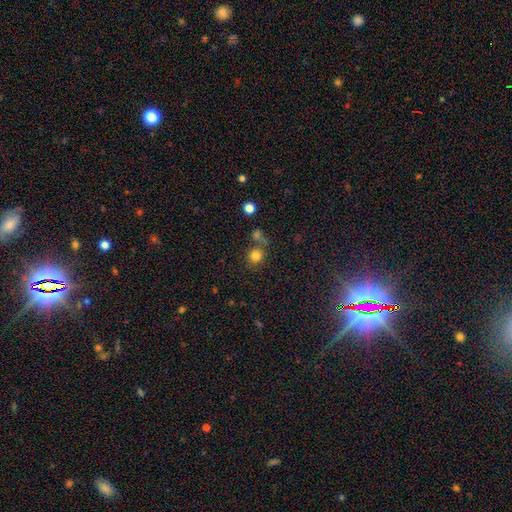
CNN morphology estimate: smooth_or_featured: smooth (p=0.80) [alt: star or artifact p=0.13]
how_rounded: round (p=0.89) [alt: in between p=0.10]
merging: none (p=0.68) [alt: merger p=0.17]